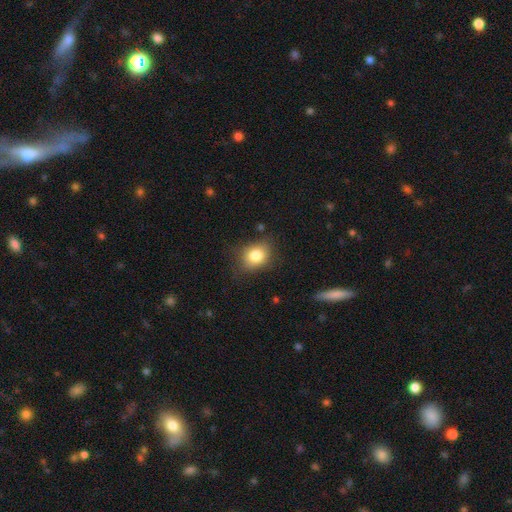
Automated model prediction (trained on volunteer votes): A smooth galaxy with no disk features (82%) that is in between round and cigar-shaped (50%). Merging: none (75%).